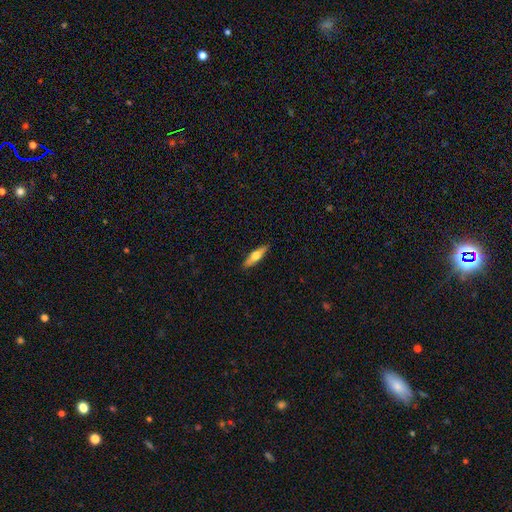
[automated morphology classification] Q: Smooth or featured?
A: smooth (52%); runner-up: featured or disk (42%)
Q: How rounded?
A: cigar-shaped (67%); runner-up: in between (31%)
Q: Merging?
A: none (89%); runner-up: minor disturbance (8%)